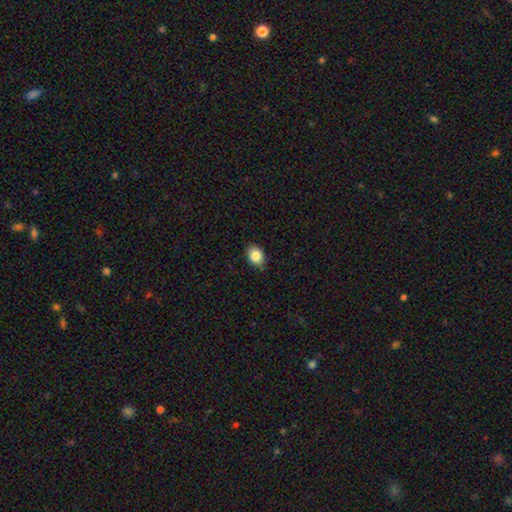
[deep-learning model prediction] This appears to be a smooth galaxy with no disk features (85%) that is in between round and cigar-shaped (67%). Merging: none (87%).